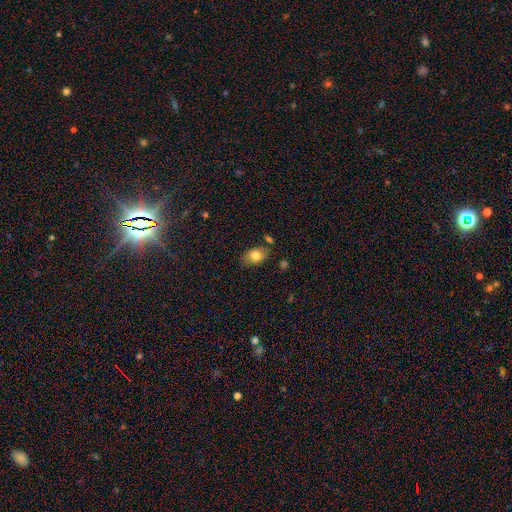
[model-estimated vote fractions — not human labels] smooth_or_featured: smooth (p=0.80) [alt: featured or disk p=0.11]
how_rounded: in between (p=0.85) [alt: round p=0.14]
merging: none (p=0.73) [alt: minor disturbance p=0.17]